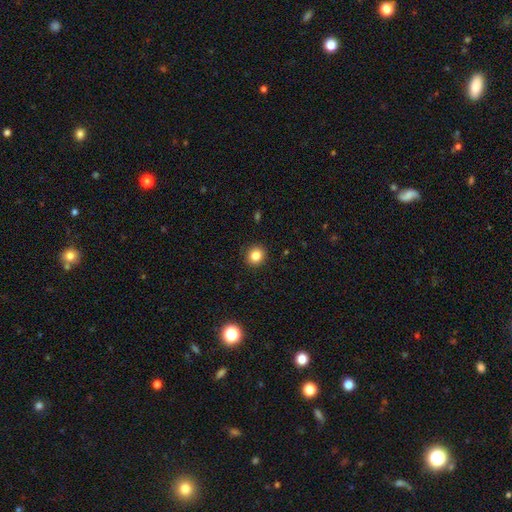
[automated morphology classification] smooth 84%, star or artifact 11%, featured or disk 5%. Down the decision tree: how rounded — round (84%); merging — none (91%).